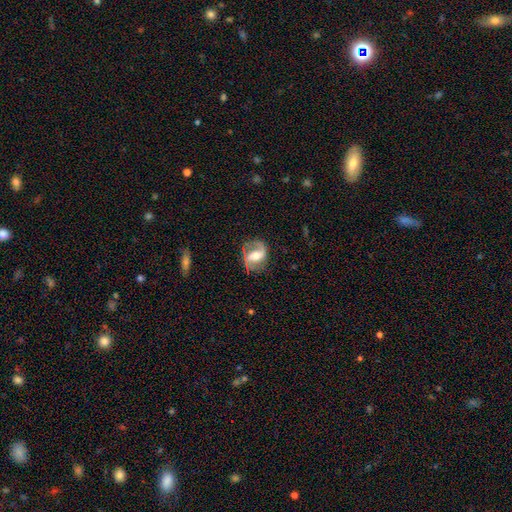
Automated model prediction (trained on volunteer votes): smooth_or_featured: featured or disk (p=0.76) [alt: smooth p=0.18]
disk_edge_on: no (p=0.97) [alt: yes p=0.03]
bar: weak (p=0.43) [alt: strong p=0.35]
has_spiral_arms: yes (p=0.90) [alt: no p=0.10]
spiral_winding: medium (p=0.47) [alt: loose p=0.34]
spiral_arm_count: 2 (p=0.81) [alt: 1 p=0.12]
bulge_size: moderate (p=0.56) [alt: large p=0.21]
merging: none (p=0.71) [alt: minor disturbance p=0.18]